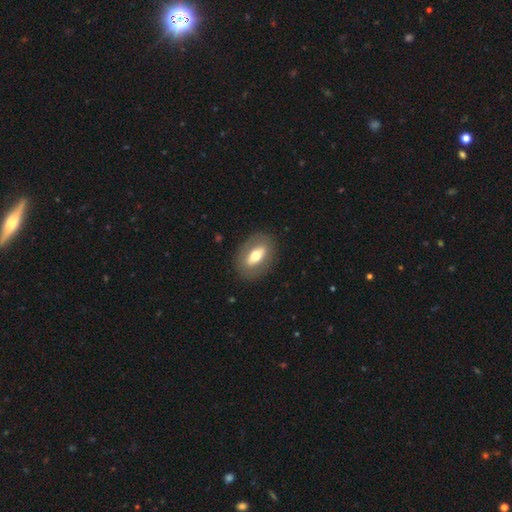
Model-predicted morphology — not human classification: A smooth galaxy with no disk features (52%) that is in between round and cigar-shaped (84%).

Vote fractions:
- Smooth or featured? smooth: 52% / featured or disk: 42% / star or artifact: 7%
- How rounded? in between: 84% / round: 11% / cigar-shaped: 5%
- Merging? none: 85% / minor disturbance: 10% / major disturbance: 4% / merger: 1%